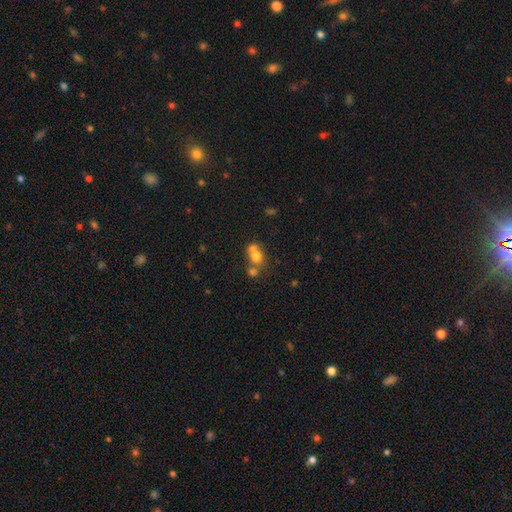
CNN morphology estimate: A smooth galaxy with no disk features (69%) that is round (75%). Merging: merger (54%).